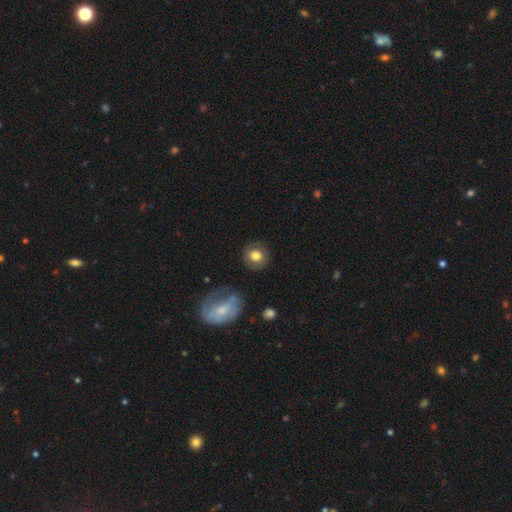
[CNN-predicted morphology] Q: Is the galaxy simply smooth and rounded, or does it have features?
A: smooth — 74%.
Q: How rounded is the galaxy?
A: round — 88%.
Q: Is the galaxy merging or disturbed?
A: none — 84%.